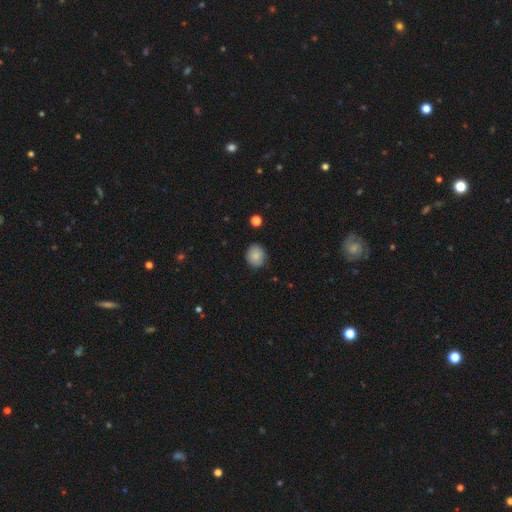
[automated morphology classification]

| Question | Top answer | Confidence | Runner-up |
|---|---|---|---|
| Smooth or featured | smooth | 85% | star or artifact (9%) |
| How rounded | round | 71% | in between (28%) |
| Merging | none | 84% | minor disturbance (12%) |